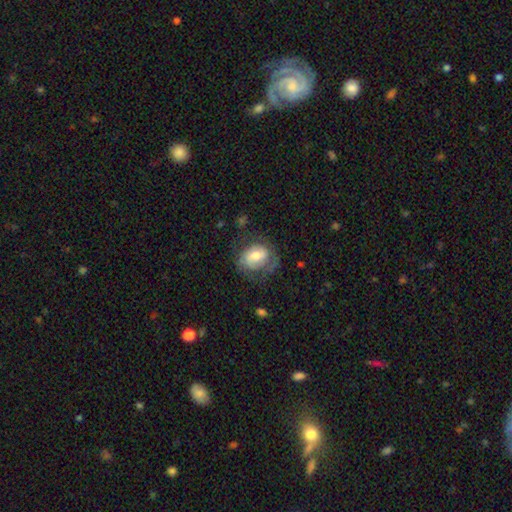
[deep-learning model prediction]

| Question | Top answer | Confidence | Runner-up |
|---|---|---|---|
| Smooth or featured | smooth | 48% | featured or disk (44%) |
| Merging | none | 54% | minor disturbance (25%) |